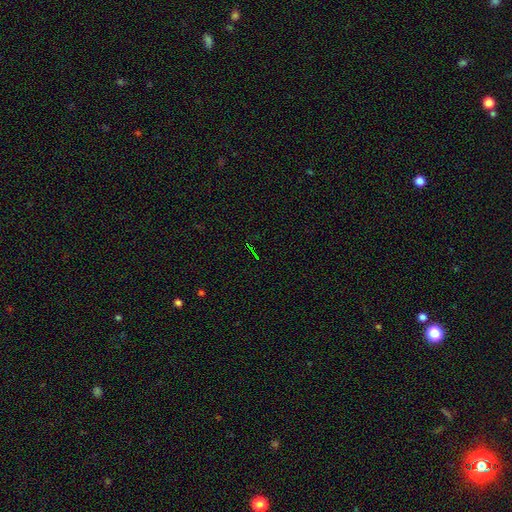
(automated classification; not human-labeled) Q: Smooth or featured?
A: star or artifact (74%); runner-up: smooth (14%)